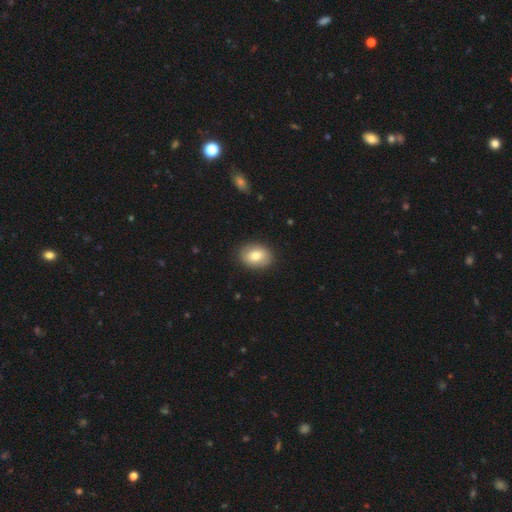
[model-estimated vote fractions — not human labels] Smooth or featured? Predicted: smooth (p=0.78). How rounded? Predicted: in between (p=0.68). Merging? Predicted: none (p=0.88).